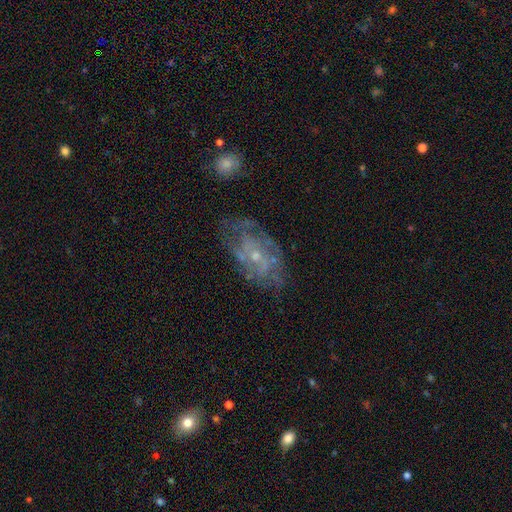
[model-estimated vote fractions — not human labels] A featured or disk galaxy (71%) with no bar (75%), spiral arms (67%) and a small central bulge (72%). Merging: none (63%).